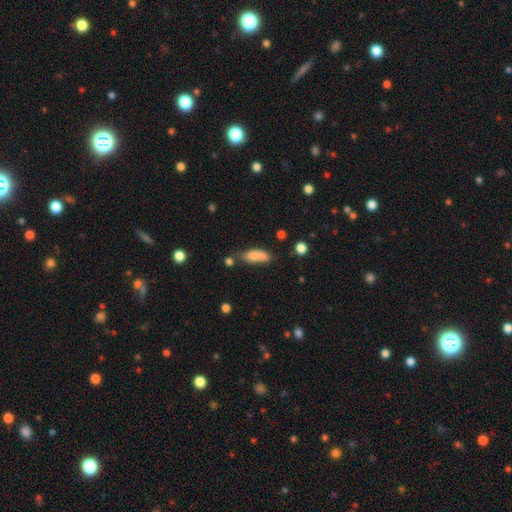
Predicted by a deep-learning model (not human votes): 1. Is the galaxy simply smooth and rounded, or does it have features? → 79% smooth, 12% featured or disk, 8% star or artifact.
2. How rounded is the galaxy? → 68% in between, 29% cigar-shaped, 3% round.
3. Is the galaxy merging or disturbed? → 48% none, 27% minor disturbance, 16% merger, 9% major disturbance.